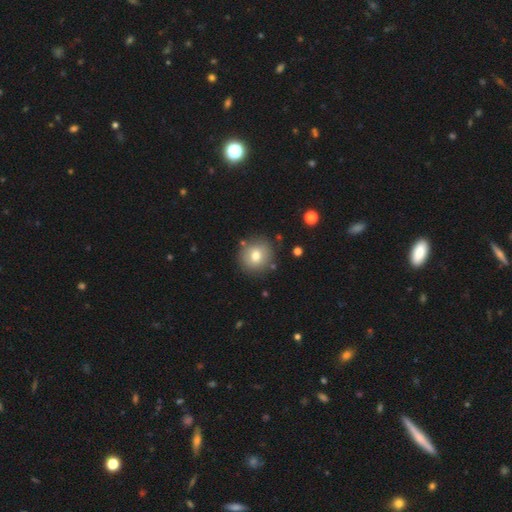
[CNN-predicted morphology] Q: Smooth or featured?
A: smooth (75%); runner-up: featured or disk (14%)
Q: How rounded?
A: round (90%); runner-up: in between (9%)
Q: Merging?
A: none (85%); runner-up: minor disturbance (9%)